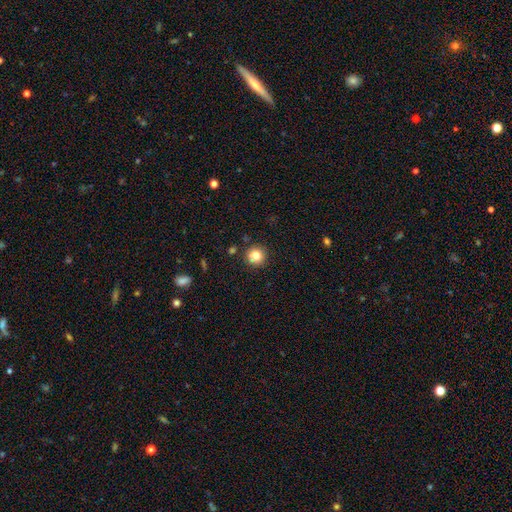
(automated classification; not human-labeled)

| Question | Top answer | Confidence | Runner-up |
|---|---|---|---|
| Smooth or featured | smooth | 82% | star or artifact (11%) |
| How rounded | round | 94% | in between (5%) |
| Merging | none | 89% | minor disturbance (6%) |